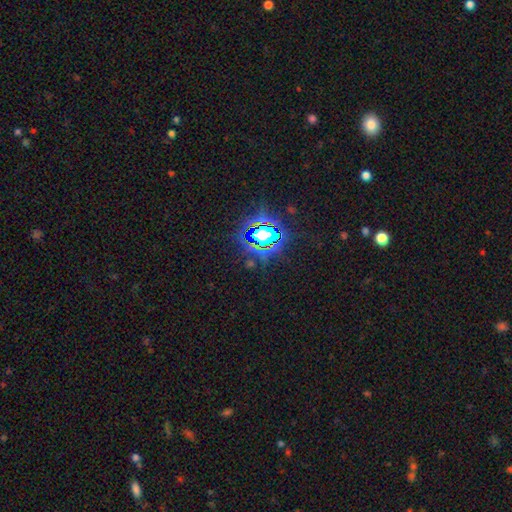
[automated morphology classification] A star or artifact, not a galaxy (81%).